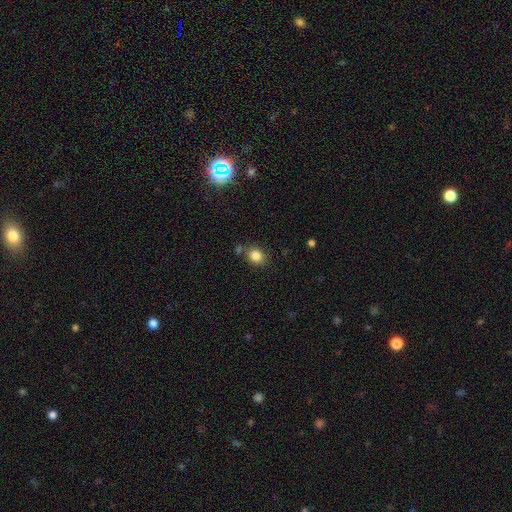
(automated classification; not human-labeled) A smooth galaxy with no disk features (83%) that is round (63%). Merging: none (76%).